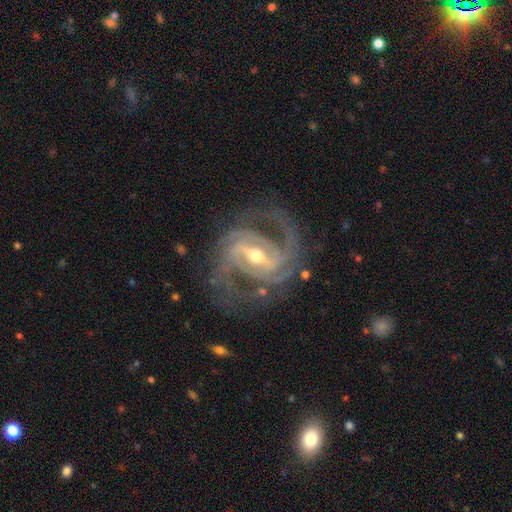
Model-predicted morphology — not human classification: Overall: featured or disk (93%). Edge-on disk: no (97%). Bar: strong (62%; weak 31%). Spiral arms: yes (98%). Spiral arm count: 2 (41%; 3 33%). Spiral winding: medium (51%; tight 39%). Bulge size: moderate (57%; small 38%). Merging: none (71%).